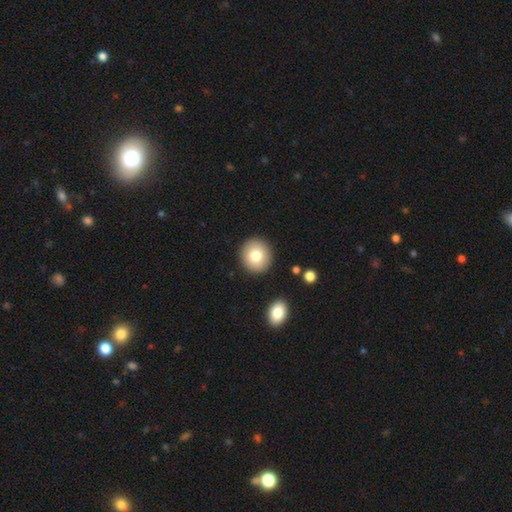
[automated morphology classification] Smooth or featured: smooth — 79% (featured or disk — 12%)
How rounded: round — 89% (in between — 10%)
Merging: none — 90% (minor disturbance — 6%)